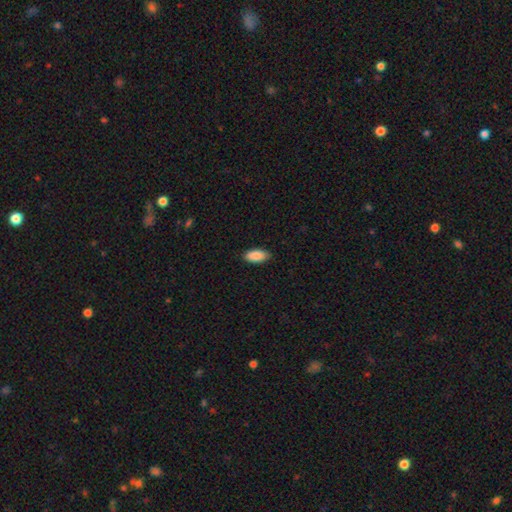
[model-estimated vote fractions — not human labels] Overall: smooth (89%). How rounded: in between (92%). Merging: none (87%).